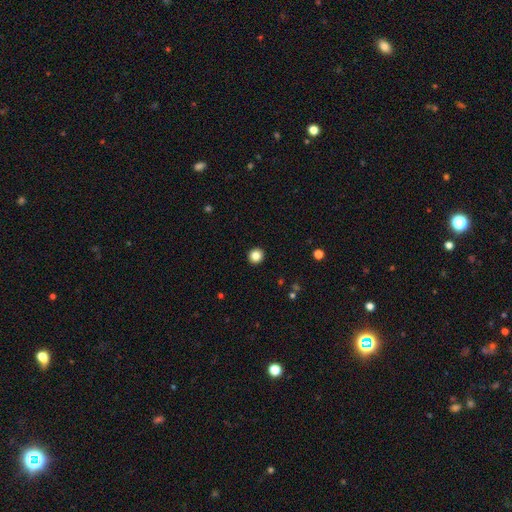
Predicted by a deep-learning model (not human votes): Morphology: type=smooth (85%); roundness=round (91%); merging=none (93%).